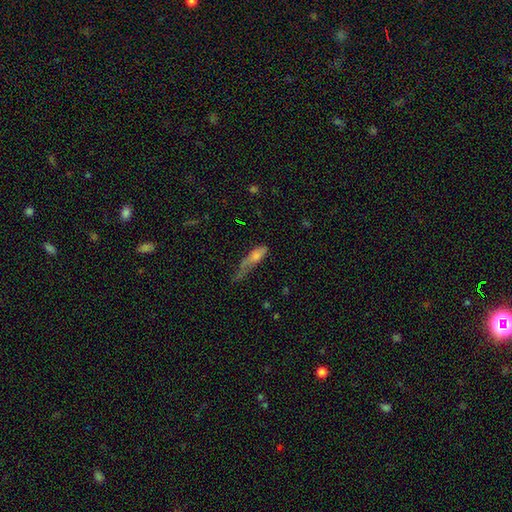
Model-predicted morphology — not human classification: The model was most divided on "merging": major disturbance: 43%, minor disturbance: 28%, none: 23%, merger: 6%. More confident: smooth or featured — smooth (60%); how rounded — cigar-shaped (58%).